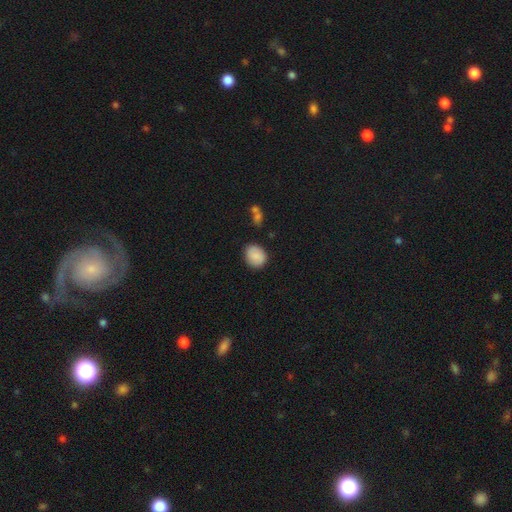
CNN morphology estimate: A smooth galaxy with no disk features (86%) that is round (57%). Merging: none (82%).